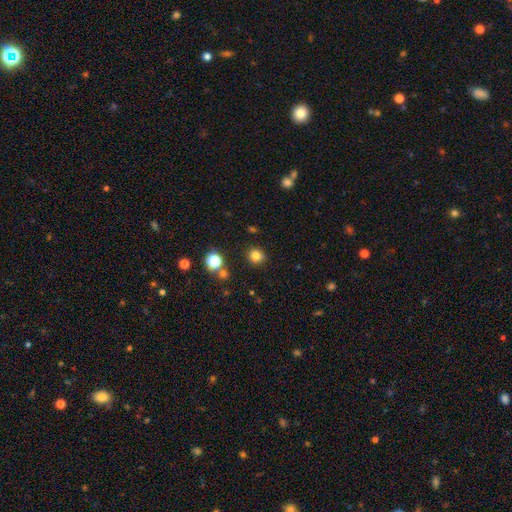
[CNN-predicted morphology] Smooth or featured: smooth — 81% (star or artifact — 14%)
How rounded: round — 87% (in between — 12%)
Merging: none — 88% (minor disturbance — 7%)